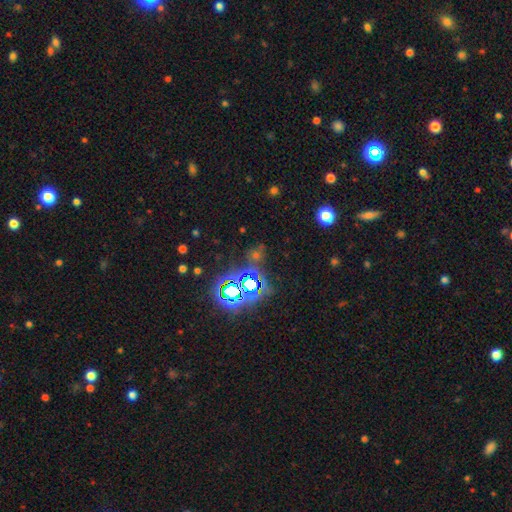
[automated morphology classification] This is likely a star or artifact rather than a galaxy (68%).